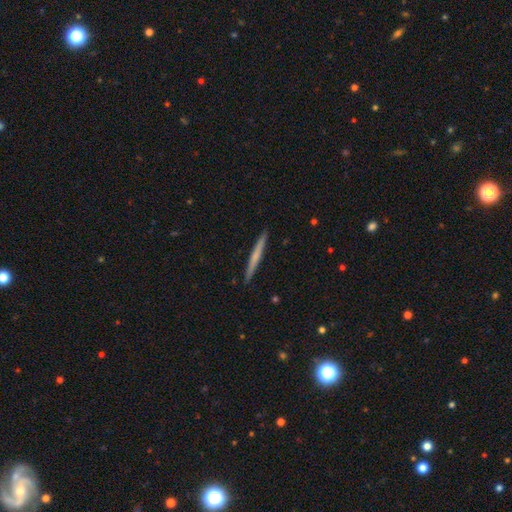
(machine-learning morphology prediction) This appears to be a smooth galaxy with no disk features (51%) that is cigar-shaped (97%). Merging: none (92%).